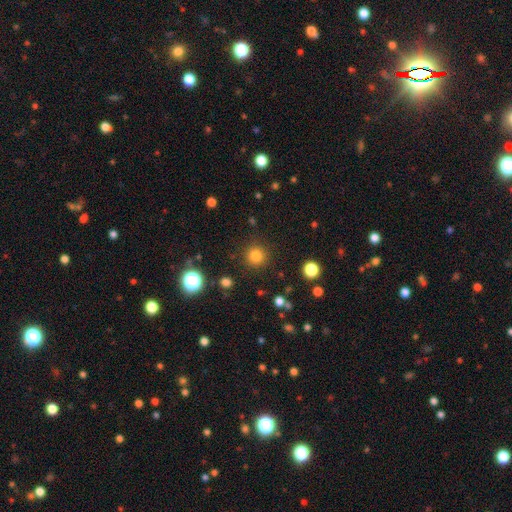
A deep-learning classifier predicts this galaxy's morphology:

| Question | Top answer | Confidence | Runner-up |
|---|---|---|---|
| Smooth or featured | smooth | 81% | star or artifact (15%) |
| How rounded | round | 95% | in between (4%) |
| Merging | none | 90% | minor disturbance (6%) |